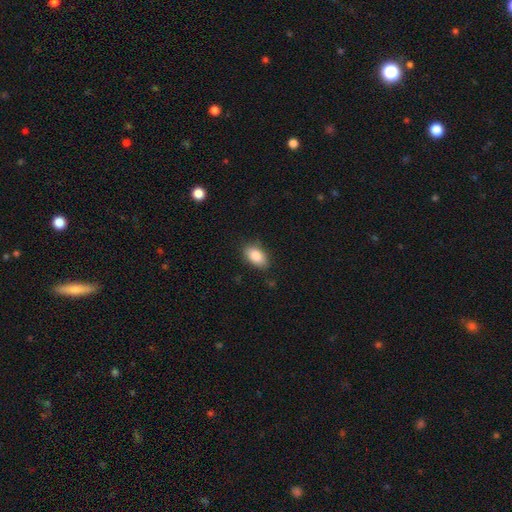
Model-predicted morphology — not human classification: Q: Smooth or featured?
A: smooth (85%); runner-up: featured or disk (7%)
Q: How rounded?
A: in between (91%); runner-up: round (7%)
Q: Merging?
A: none (82%); runner-up: minor disturbance (14%)